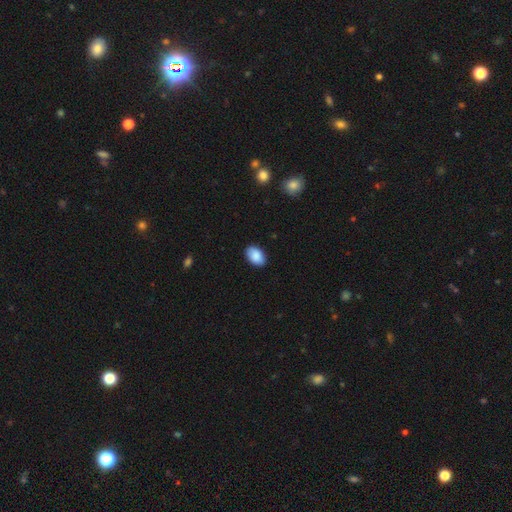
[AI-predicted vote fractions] smooth_or_featured: smooth (p=0.89) [alt: star or artifact p=0.06]
how_rounded: in between (p=0.91) [alt: round p=0.08]
merging: none (p=0.88) [alt: minor disturbance p=0.09]